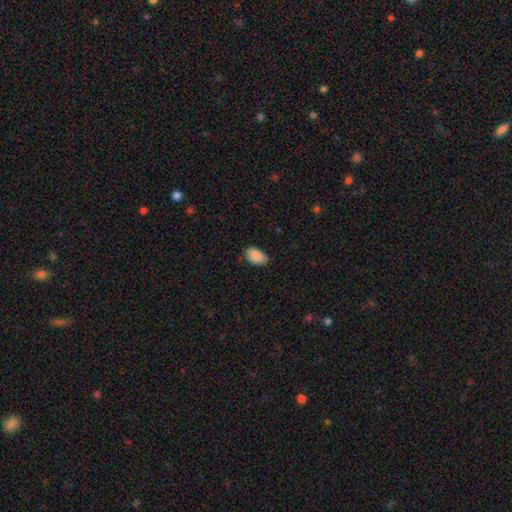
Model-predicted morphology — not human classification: Smooth or featured? smooth (89%)
How rounded? in between (90%)
Merging? none (75%)